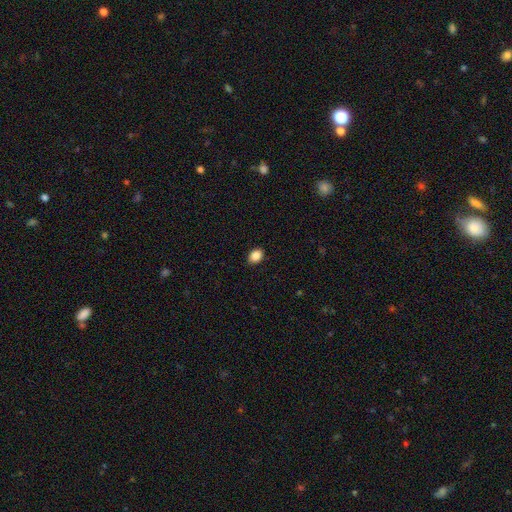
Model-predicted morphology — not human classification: smooth_or_featured: smooth (p=0.87) [alt: star or artifact p=0.09]
how_rounded: in between (p=0.67) [alt: round p=0.32]
merging: none (p=0.88) [alt: minor disturbance p=0.09]